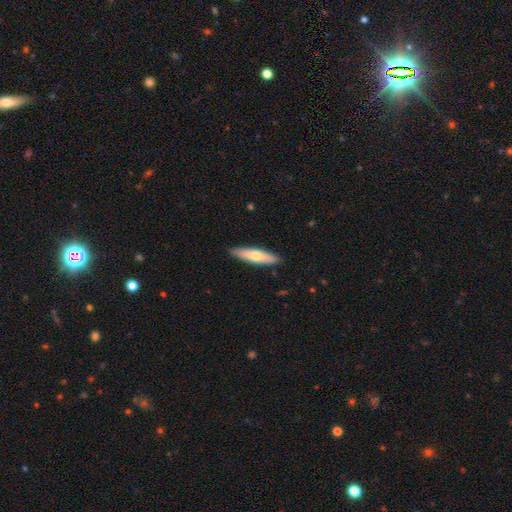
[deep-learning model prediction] Smooth or featured: smooth — 61% (featured or disk — 33%)
How rounded: cigar-shaped — 69% (in between — 29%)
Merging: none — 89% (minor disturbance — 9%)